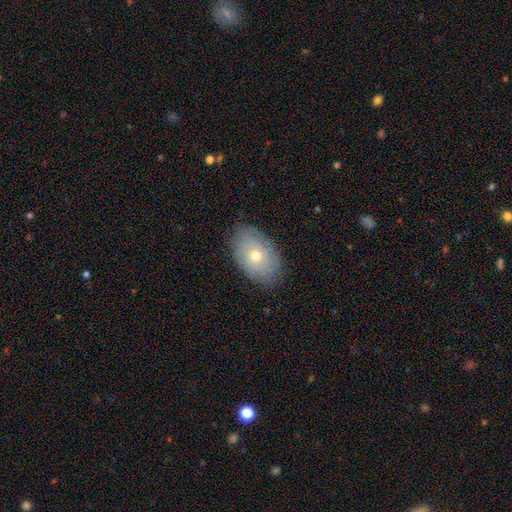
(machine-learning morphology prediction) A smooth galaxy with no disk features (51%) that is in between round and cigar-shaped (86%). Merging: none (81%).